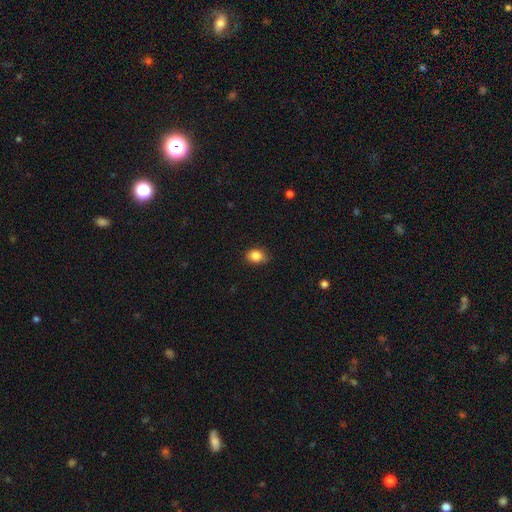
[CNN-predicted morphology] smooth-or-featured: smooth: 85% | star or artifact: 9% | featured or disk: 5%
  how-rounded: in between: 64% | round: 35% | cigar-shaped: 1%
  merging: none: 75% | minor disturbance: 20% | major disturbance: 3% | merger: 1%